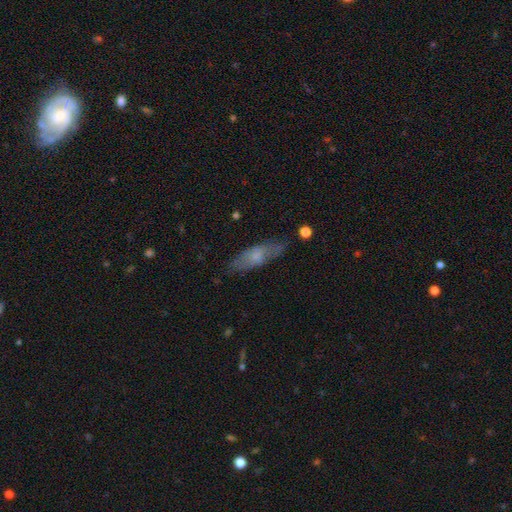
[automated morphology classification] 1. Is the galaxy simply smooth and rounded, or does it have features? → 61% smooth, 32% featured or disk, 7% star or artifact.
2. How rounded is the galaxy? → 50% in between, 48% cigar-shaped, 2% round.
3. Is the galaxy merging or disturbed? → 72% none, 19% minor disturbance, 7% major disturbance, 2% merger.